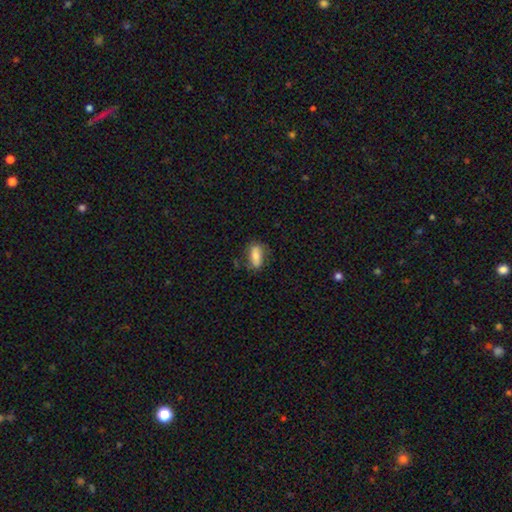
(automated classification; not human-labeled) This is likely a smooth galaxy (67%). How rounded: likely in between (75%). Merging: likely none (70%).